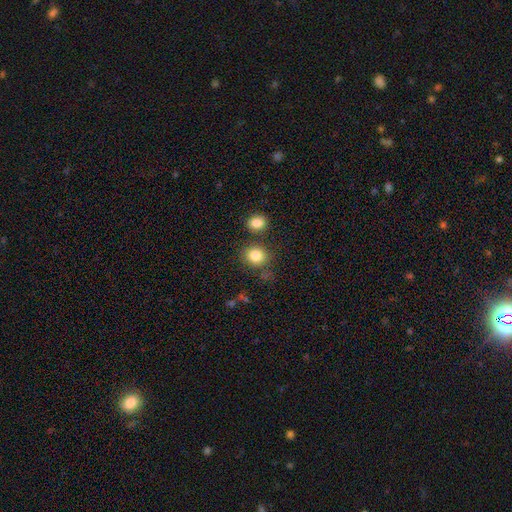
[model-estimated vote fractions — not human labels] Morphology: type=smooth (84%); roundness=round (74%); merging=none (75%).